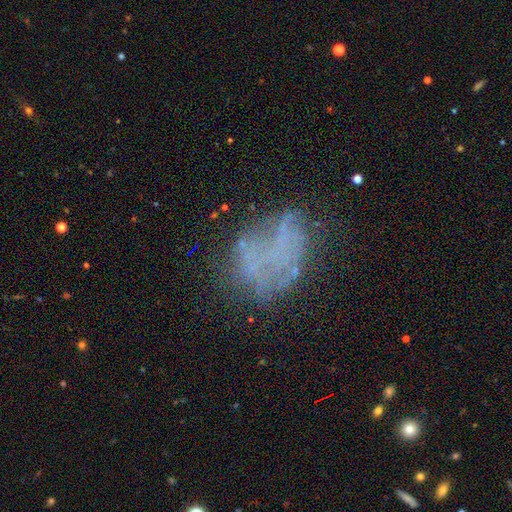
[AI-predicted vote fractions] smooth-or-featured: featured or disk: 53% | smooth: 27% | star or artifact: 20%
  disk-edge-on: no: 98% | yes: 2%
    bar: no: 92% | weak: 6% | strong: 2%
    has-spiral-arms: no: 89% | yes: 11%
    bulge-size: none: 86% | small: 8% | moderate: 3% | large: 1% | dominant: 1%
  merging: none: 50% | major disturbance: 25% | minor disturbance: 20% | merger: 5%